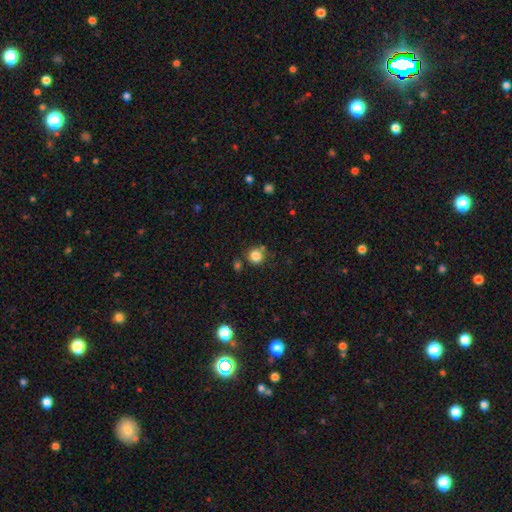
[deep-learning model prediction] Smooth or featured? smooth (83%)
How rounded? round (89%)
Merging? none (76%)